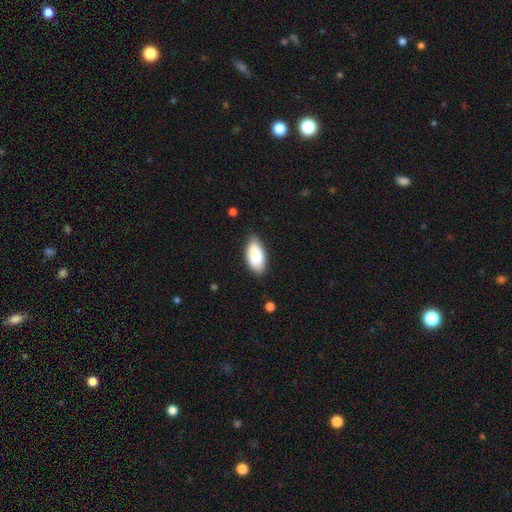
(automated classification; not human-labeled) smooth 87%, featured or disk 7%, star or artifact 6%. Down the decision tree: how rounded — in between (92%); merging — none (73%).